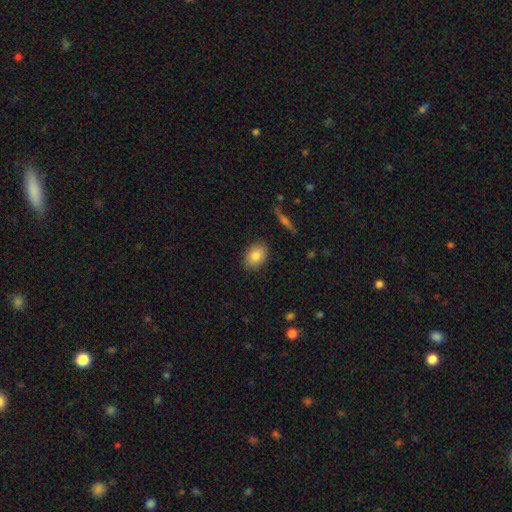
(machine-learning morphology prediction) Smooth or featured? Predicted: smooth (p=0.83). How rounded? Predicted: in between (p=0.72). Merging? Predicted: none (p=0.88).